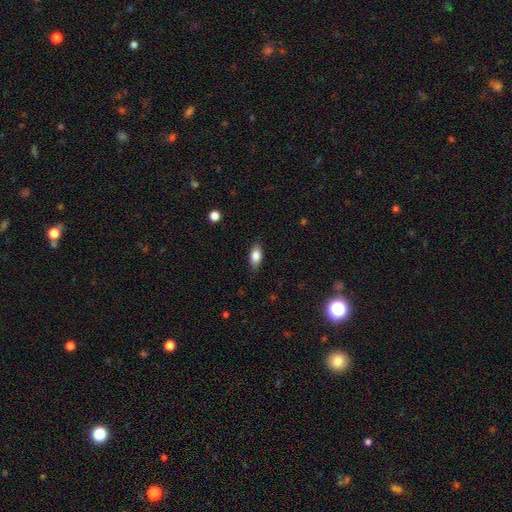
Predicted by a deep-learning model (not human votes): The model was most divided on "merging": none: 83%, minor disturbance: 13%, major disturbance: 3%, merger: 1%. More confident: how rounded — in between (87%); smooth or featured — smooth (81%).